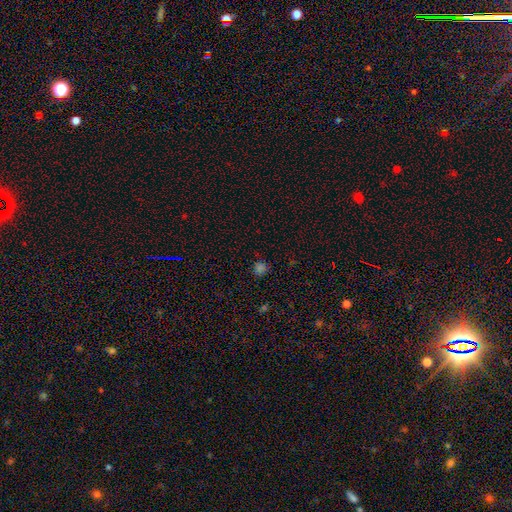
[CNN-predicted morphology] Smooth or featured? Predicted: smooth (p=0.69). How rounded? Predicted: round (p=0.87). Merging? Predicted: none (p=0.83).